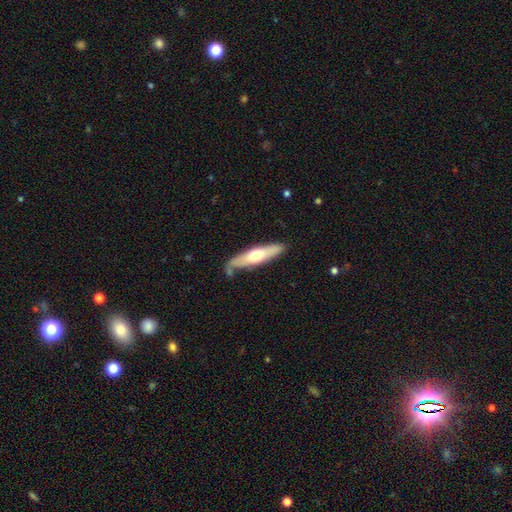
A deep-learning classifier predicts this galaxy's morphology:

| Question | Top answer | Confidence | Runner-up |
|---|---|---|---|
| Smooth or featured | smooth | 51% | featured or disk (45%) |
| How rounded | cigar-shaped | 77% | in between (21%) |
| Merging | none | 75% | minor disturbance (17%) |